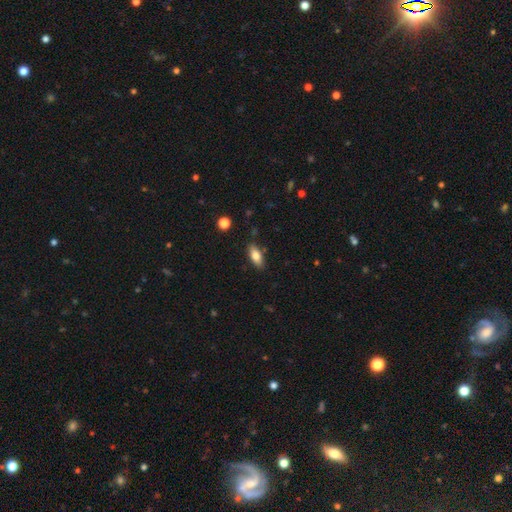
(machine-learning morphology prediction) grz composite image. It shows a smooth galaxy with no disk features (80%) that is in between round and cigar-shaped (83%). Merging: none (83%).